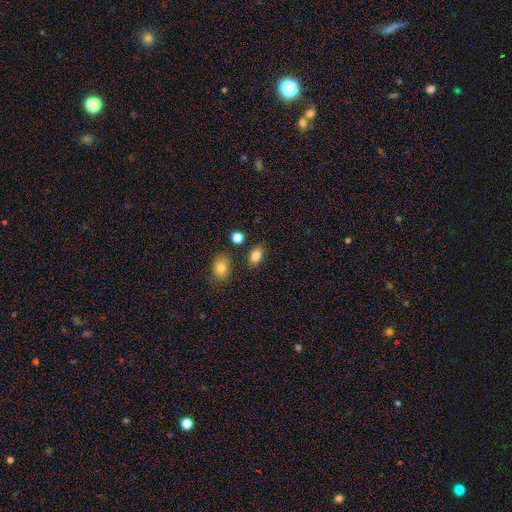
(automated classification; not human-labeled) The model was most divided on "how rounded": in between: 78%, round: 21%, cigar-shaped: 2%. More confident: smooth or featured — smooth (83%); merging — none (81%).